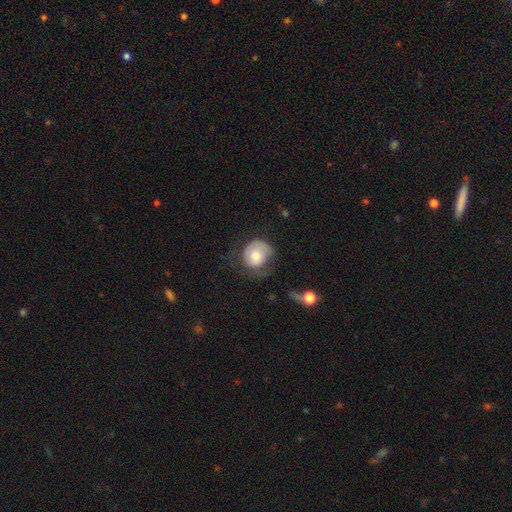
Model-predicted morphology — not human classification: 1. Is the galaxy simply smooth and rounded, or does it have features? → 58% smooth, 36% featured or disk, 7% star or artifact.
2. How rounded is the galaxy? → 77% round, 23% in between, 1% cigar-shaped.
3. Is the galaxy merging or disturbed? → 40% none, 29% major disturbance, 28% minor disturbance, 3% merger.